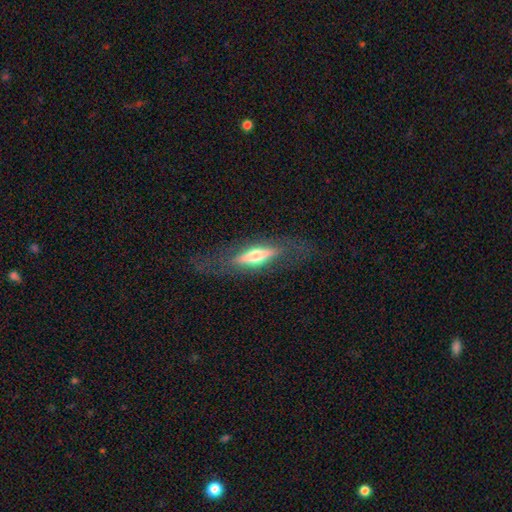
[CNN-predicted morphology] A featured or disk galaxy (55%) viewed edge-on (83%).

Vote fractions:
- Smooth or featured? featured or disk: 55% / smooth: 39% / star or artifact: 6%
- Edge-on disk? yes: 83% / no: 17%
- Merging? none: 72% / minor disturbance: 15% / major disturbance: 11% / merger: 1%